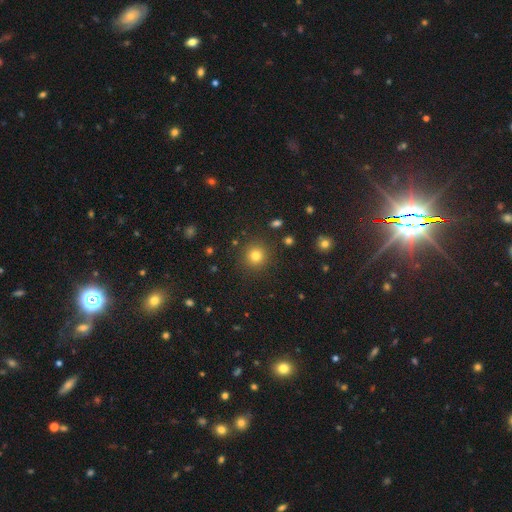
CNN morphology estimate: A smooth galaxy with no disk features (79%) that is round (94%).

Vote fractions:
- Smooth or featured? smooth: 79% / star or artifact: 15% / featured or disk: 6%
- How rounded? round: 94% / in between: 5% / cigar-shaped: 1%
- Merging? none: 89% / minor disturbance: 6% / major disturbance: 3% / merger: 2%